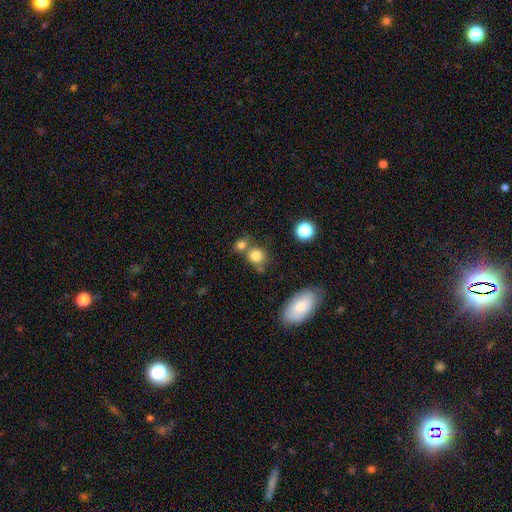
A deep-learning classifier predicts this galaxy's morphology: This is clearly a smooth galaxy (80%). How rounded: likely round (80%). Merging: possibly none (57%).